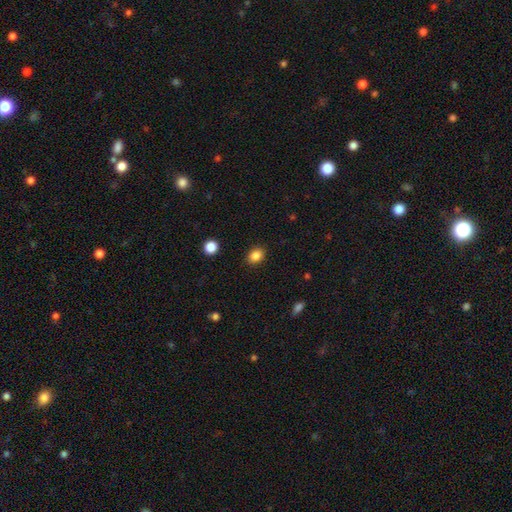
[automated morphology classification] A smooth galaxy with no disk features (86%) that is in between round and cigar-shaped (59%).

Vote fractions:
- Smooth or featured? smooth: 86% / star or artifact: 10% / featured or disk: 4%
- How rounded? in between: 59% / round: 40% / cigar-shaped: 1%
- Merging? none: 89% / minor disturbance: 8% / major disturbance: 2% / merger: 1%